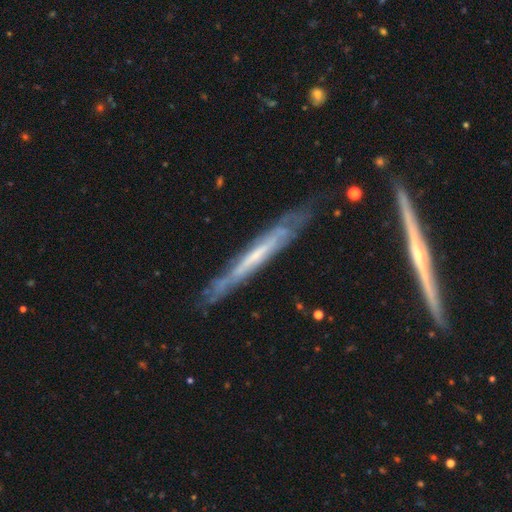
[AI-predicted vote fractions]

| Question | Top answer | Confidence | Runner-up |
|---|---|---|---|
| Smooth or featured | featured or disk | 70% | smooth (23%) |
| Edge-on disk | yes | 80% | no (20%) |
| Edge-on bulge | none | 77% | rounded (16%) |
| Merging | none | 73% | minor disturbance (19%) |